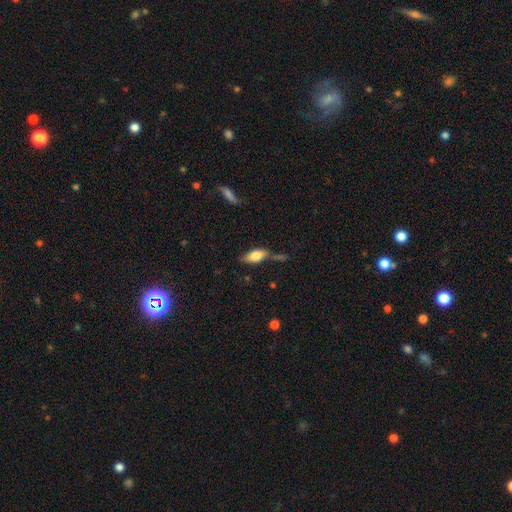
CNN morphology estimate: This is likely a smooth galaxy (65%). How rounded: likely in between (80%). Merging: possibly none (54%).